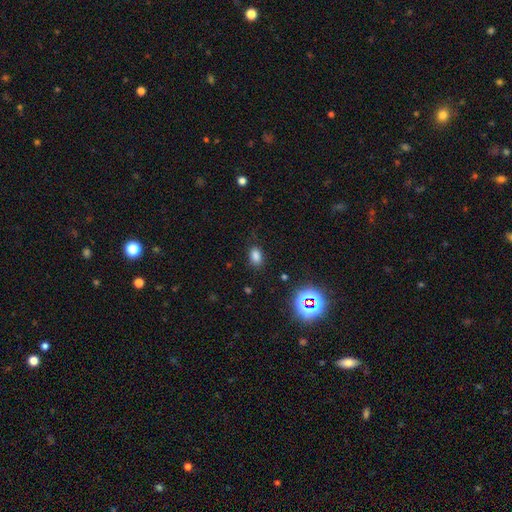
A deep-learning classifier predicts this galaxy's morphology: type=smooth (77%); roundness=in between (84%); merging=none (81%).